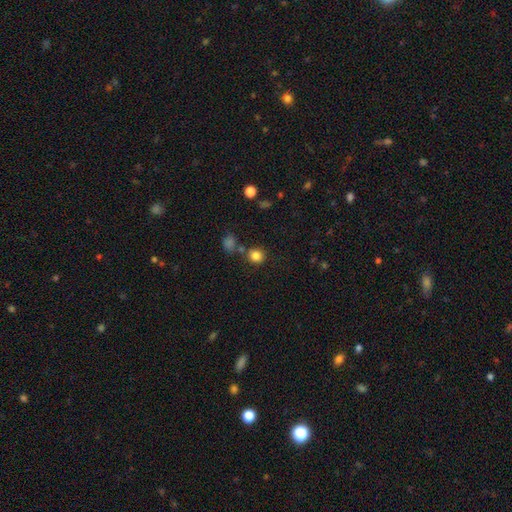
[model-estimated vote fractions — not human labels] This appears to be a smooth galaxy with no disk features (82%) that is round (86%). Merging: none (74%).